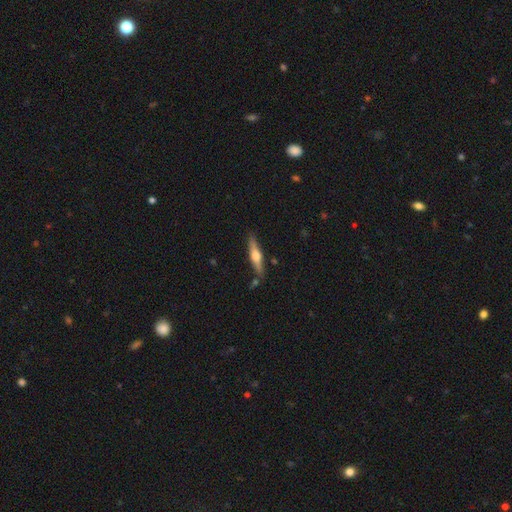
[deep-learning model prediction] Morphology: type=featured or disk (60%); edge-on=yes (96%); edge-on bulge=rounded (93%); merging=none (83%).